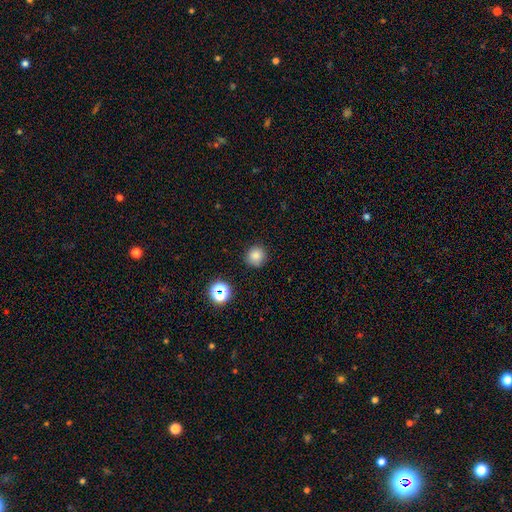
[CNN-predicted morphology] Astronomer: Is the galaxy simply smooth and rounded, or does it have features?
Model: smooth — 81%.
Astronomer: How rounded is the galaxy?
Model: round — 93%.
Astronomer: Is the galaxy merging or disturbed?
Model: none — 88%.